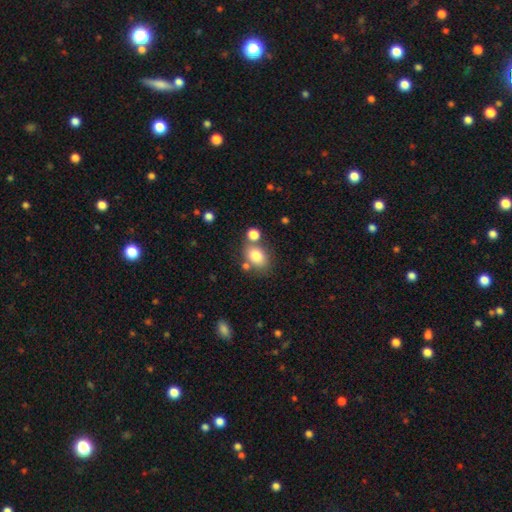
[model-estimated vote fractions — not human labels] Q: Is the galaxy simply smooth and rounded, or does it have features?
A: smooth — 80%.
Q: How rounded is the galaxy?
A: in between — 67%.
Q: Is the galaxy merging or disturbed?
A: none — 63%.